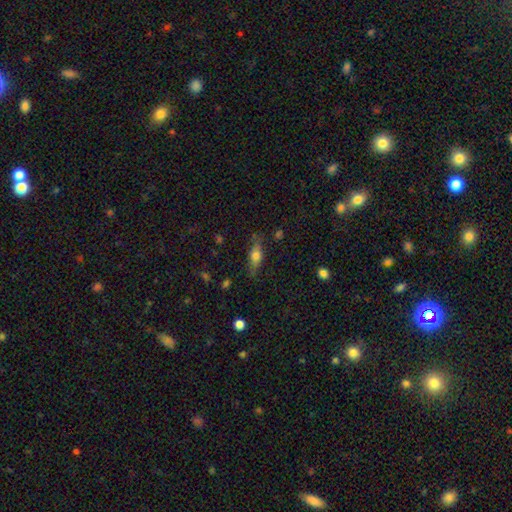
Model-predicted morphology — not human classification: A smooth galaxy with no disk features (56%) that is in between round and cigar-shaped (60%). Merging: none (74%).